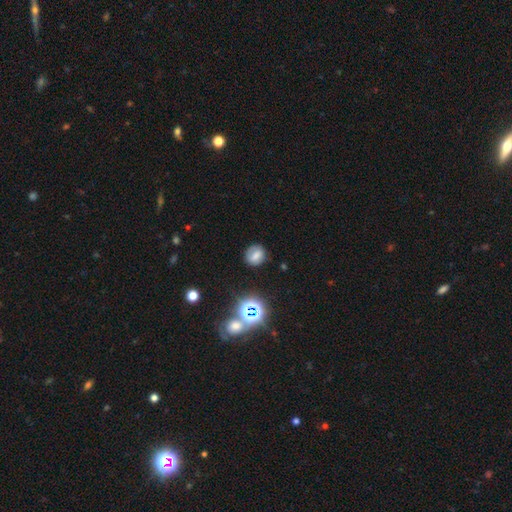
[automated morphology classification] The model was most divided on "smooth or featured": smooth: 63%, featured or disk: 20%, star or artifact: 17%. More confident: merging — none (80%); how rounded — round (73%).